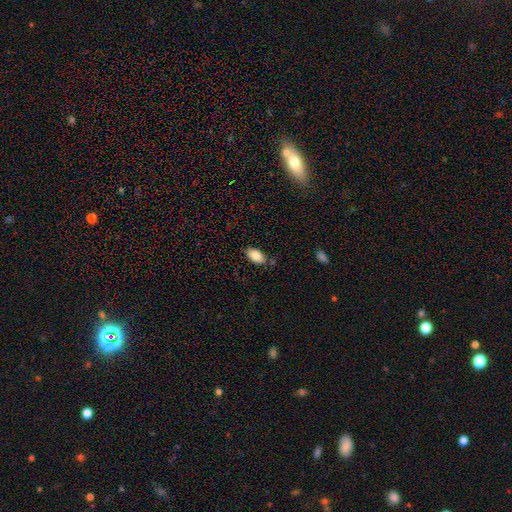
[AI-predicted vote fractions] smooth_or_featured: smooth (p=0.87) [alt: star or artifact p=0.07]
how_rounded: in between (p=0.94) [alt: round p=0.04]
merging: none (p=0.76) [alt: minor disturbance p=0.16]